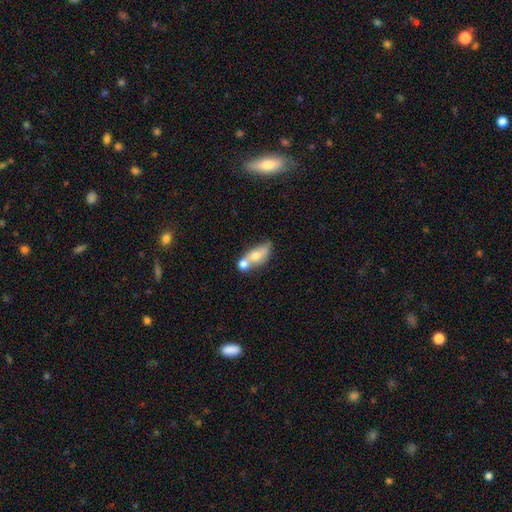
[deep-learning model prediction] Smooth or featured? Predicted: smooth (p=0.61). How rounded? Predicted: in between (p=0.76). Merging? Predicted: merger (p=0.54).